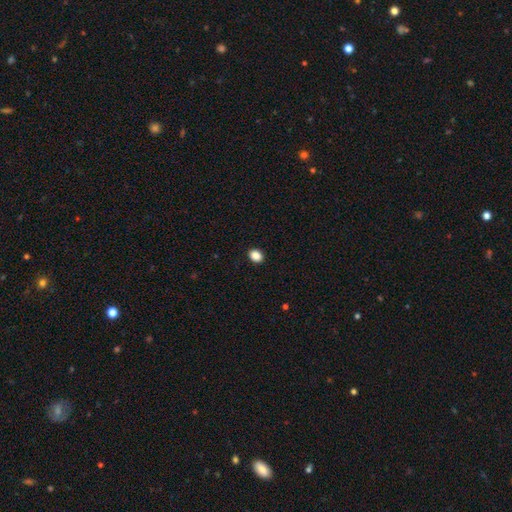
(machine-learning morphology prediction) A smooth galaxy with no disk features (88%) that is in between round and cigar-shaped (57%).

Vote fractions:
- Smooth or featured? smooth: 88% / star or artifact: 9% / featured or disk: 3%
- How rounded? in between: 57% / round: 42% / cigar-shaped: 1%
- Merging? none: 91% / minor disturbance: 6% / major disturbance: 2% / merger: 1%